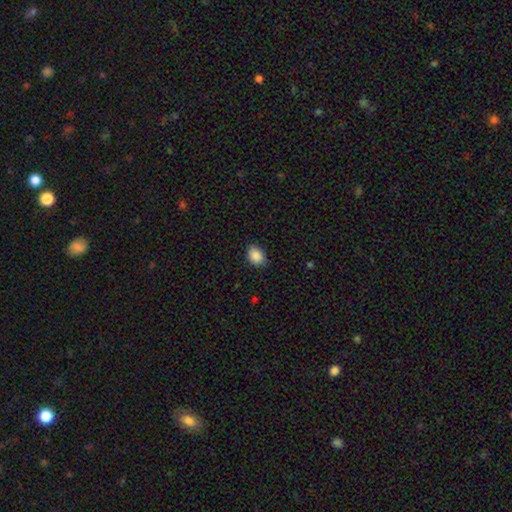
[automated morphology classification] Smooth or featured: smooth — 89% (star or artifact — 7%)
How rounded: in between — 80% (round — 19%)
Merging: none — 85% (minor disturbance — 12%)